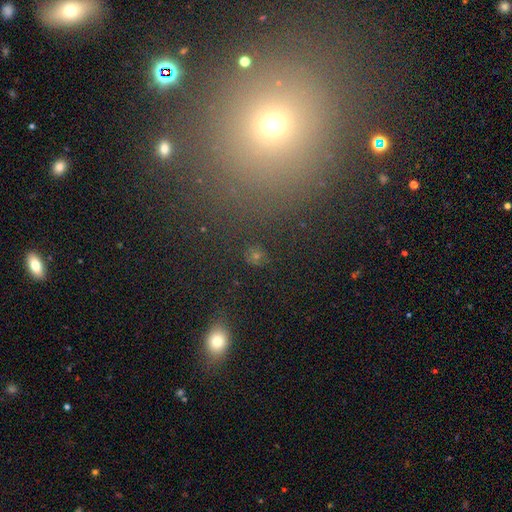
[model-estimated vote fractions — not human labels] A smooth galaxy with no disk features (59%) that is round (76%).

Vote fractions:
- Smooth or featured? smooth: 59% / star or artifact: 30% / featured or disk: 11%
- How rounded? round: 76% / in between: 22% / cigar-shaped: 2%
- Merging? none: 84% / minor disturbance: 9% / major disturbance: 4% / merger: 3%